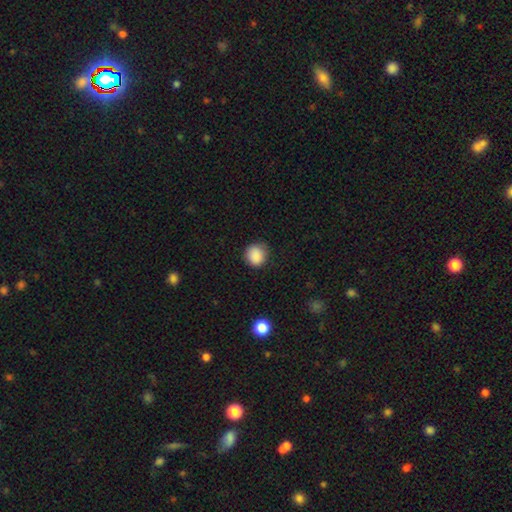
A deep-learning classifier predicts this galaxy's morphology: A smooth galaxy with no disk features (88%) that is round (85%).

Vote fractions:
- Smooth or featured? smooth: 88% / star or artifact: 9% / featured or disk: 3%
- How rounded? round: 85% / in between: 14% / cigar-shaped: 1%
- Merging? none: 82% / minor disturbance: 14% / major disturbance: 3% / merger: 1%